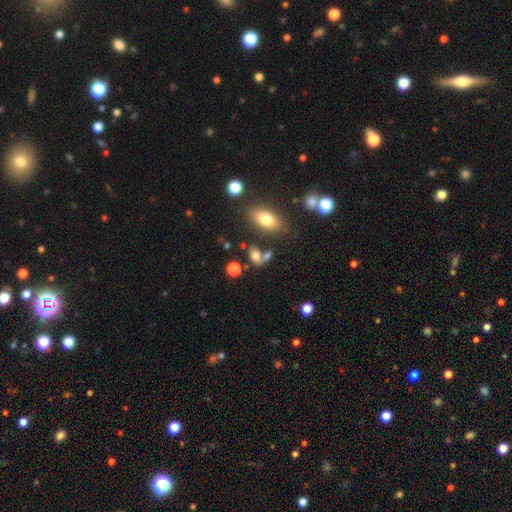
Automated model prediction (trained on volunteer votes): A smooth galaxy with no disk features (72%) that is in between round and cigar-shaped (73%). Merging: none (47%).